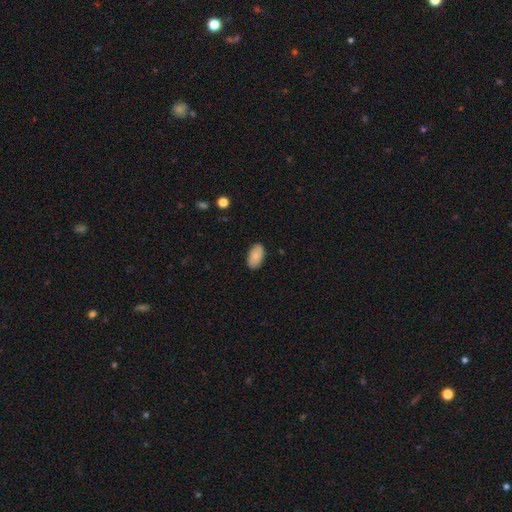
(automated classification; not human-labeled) Overall: smooth (81%). How rounded: in between (95%). Merging: none (87%).